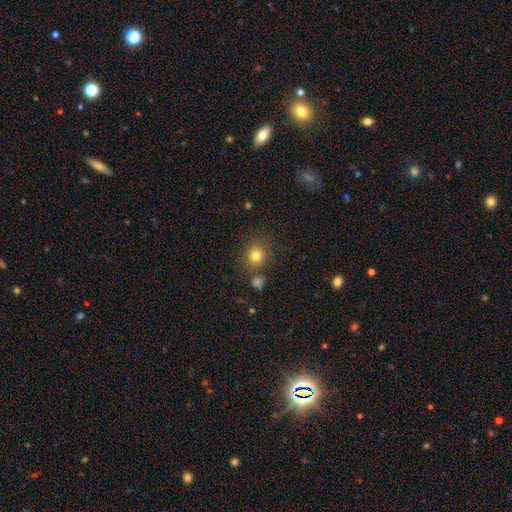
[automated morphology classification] Smooth or featured? smooth (79%)
How rounded? round (80%)
Merging? none (77%)